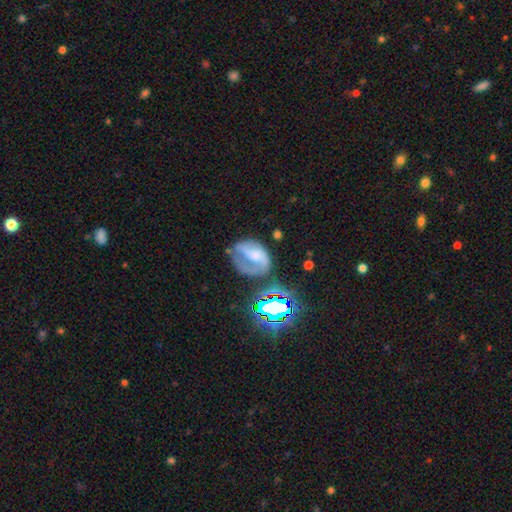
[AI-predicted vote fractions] This is possibly a featured or disk galaxy (55%). It is clearly not viewed edge-on (97%). Bar: possibly no (54%). Spiral arm pattern: likely yes (66%). Central bulge: marginally none (34%). Merging: marginally none (35%).